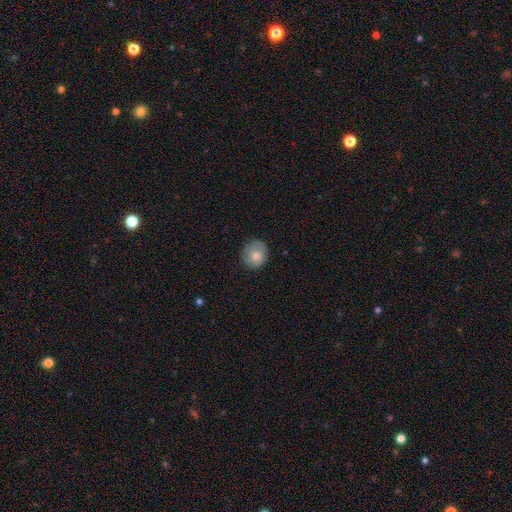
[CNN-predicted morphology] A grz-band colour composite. It shows a smooth galaxy with no disk features (77%) that is round (87%). Merging: none (81%).